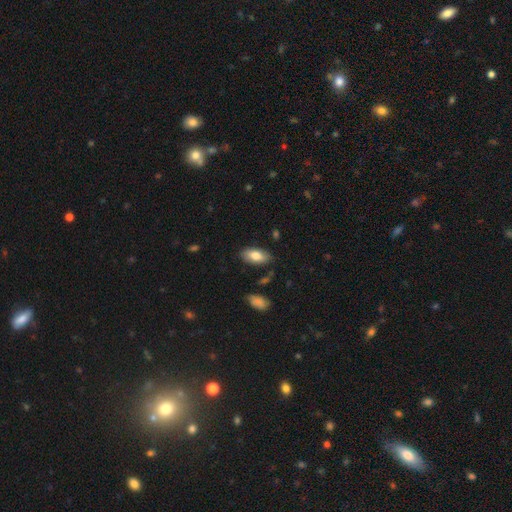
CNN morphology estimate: Smooth or featured?
  - smooth: 79% *
  - featured or disk: 15%
  - star or artifact: 6%
How rounded?
  - in between: 91% *
  - cigar-shaped: 6%
  - round: 2%
Merging?
  - none: 84% *
  - minor disturbance: 12%
  - major disturbance: 2%
  - merger: 2%